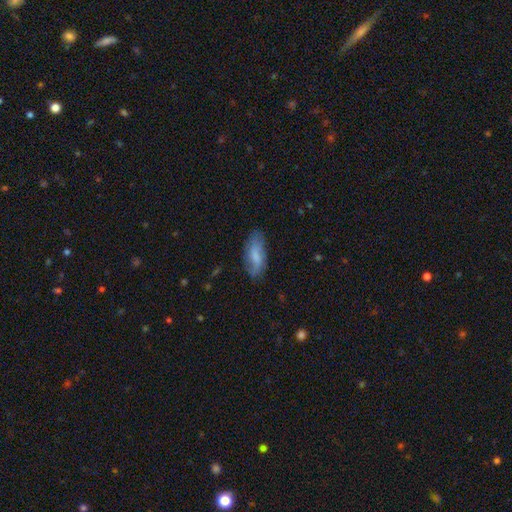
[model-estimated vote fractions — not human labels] smooth_or_featured: smooth (p=0.65) [alt: featured or disk p=0.28]
how_rounded: in between (p=0.77) [alt: cigar-shaped p=0.21]
merging: none (p=0.71) [alt: minor disturbance p=0.21]